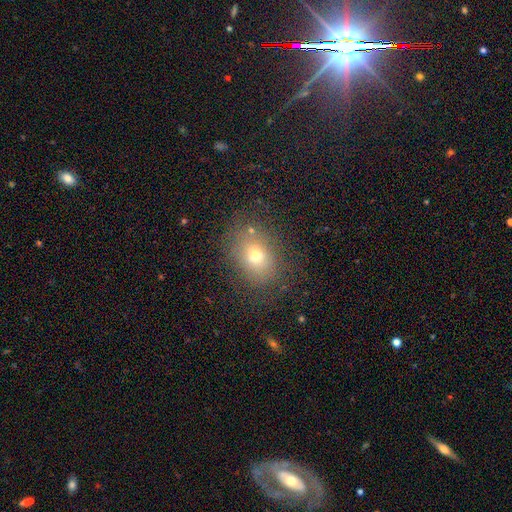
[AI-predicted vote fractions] smooth 69%, featured or disk 16%, star or artifact 15%. Down the decision tree: how rounded — in between (60%); merging — none (74%).